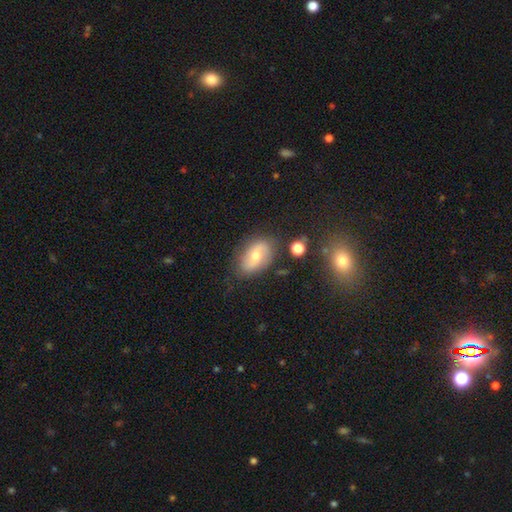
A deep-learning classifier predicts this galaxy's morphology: Smooth or featured?
  - featured or disk: 52% *
  - smooth: 40%
  - star or artifact: 8%
Edge-on disk?
  - no: 94% *
  - yes: 6%
Merging?
  - none: 75% *
  - minor disturbance: 17%
  - major disturbance: 5%
  - merger: 3%